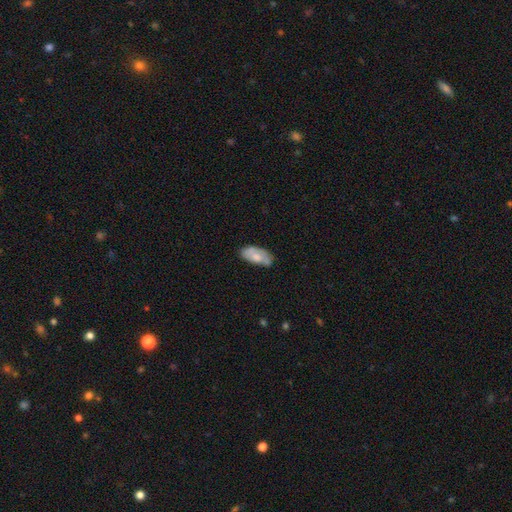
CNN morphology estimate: The model was most divided on "merging": none: 55%, minor disturbance: 33%, major disturbance: 9%, merger: 3%. More confident: how rounded — in between (90%); smooth or featured — smooth (66%).